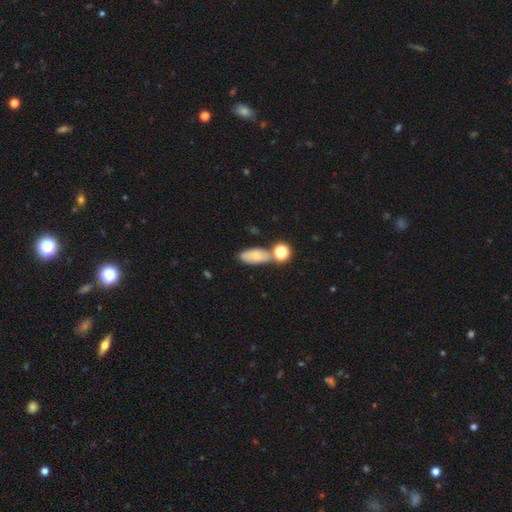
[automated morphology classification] Smooth or featured? Predicted: smooth (p=0.70). How rounded? Predicted: in between (p=0.82). Merging? Predicted: none (p=0.62).